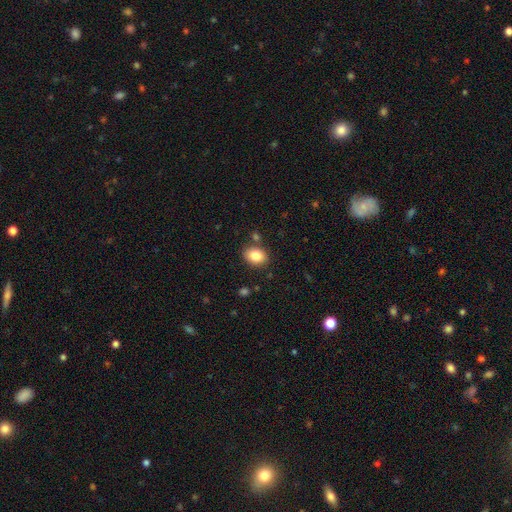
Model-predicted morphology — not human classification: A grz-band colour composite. It shows a smooth galaxy with no disk features (84%) that is in between round and cigar-shaped (69%). Merging: none (82%).